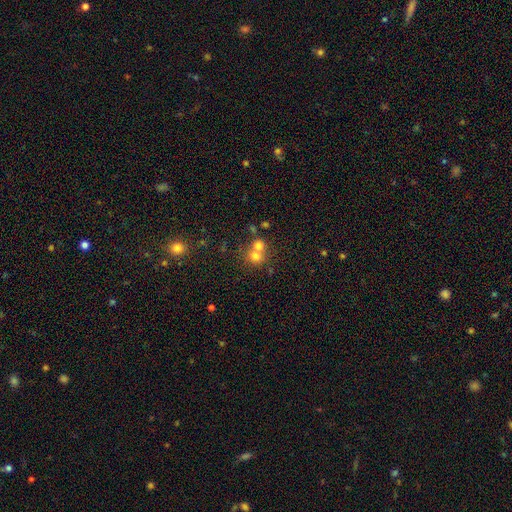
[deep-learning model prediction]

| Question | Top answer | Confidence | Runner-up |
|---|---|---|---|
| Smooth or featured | smooth | 70% | featured or disk (15%) |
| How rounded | round | 83% | in between (16%) |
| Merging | merger | 56% | none (36%) |